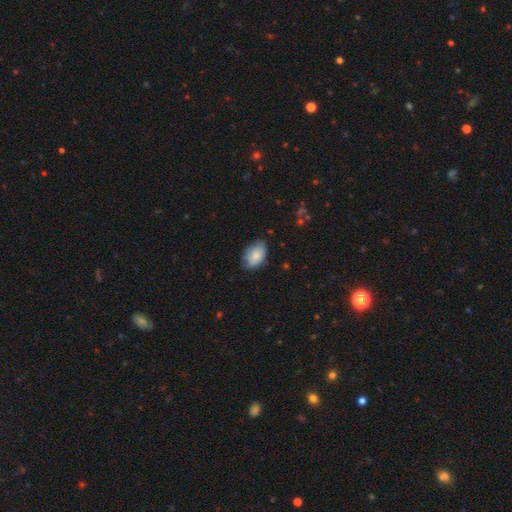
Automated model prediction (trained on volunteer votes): A smooth galaxy with no disk features (77%) that is in between round and cigar-shaped (88%). Merging: none (69%).